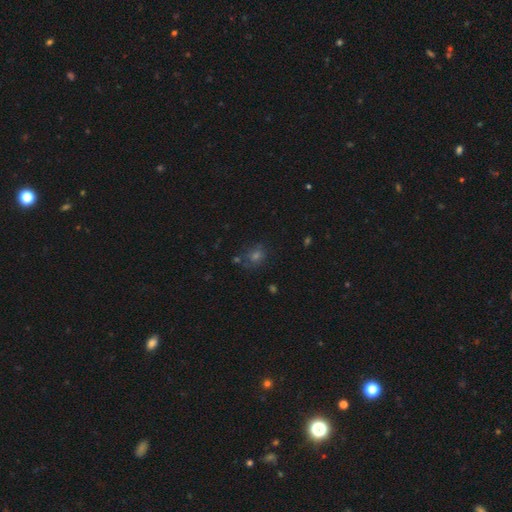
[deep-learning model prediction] smooth_or_featured: smooth (p=0.52) [alt: star or artifact p=0.33]
how_rounded: round (p=0.71) [alt: in between p=0.28]
merging: none (p=0.71) [alt: minor disturbance p=0.15]